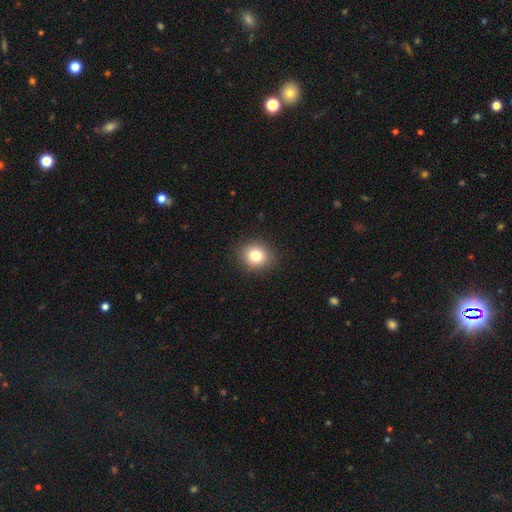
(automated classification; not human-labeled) smooth_or_featured: smooth (p=0.80) [alt: star or artifact p=0.11]
how_rounded: round (p=0.78) [alt: in between p=0.21]
merging: none (p=0.90) [alt: minor disturbance p=0.07]